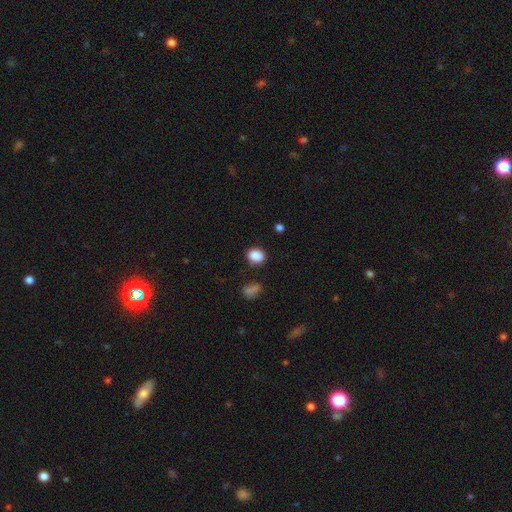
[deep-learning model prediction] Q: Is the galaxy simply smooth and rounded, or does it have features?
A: smooth — 87%.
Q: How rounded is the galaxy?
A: in between — 56%.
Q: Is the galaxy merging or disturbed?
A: none — 80%.